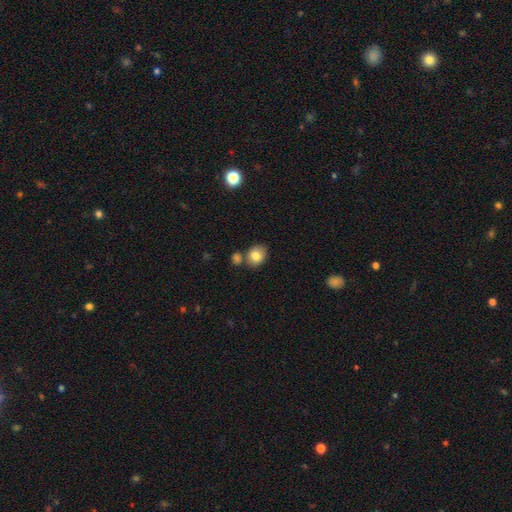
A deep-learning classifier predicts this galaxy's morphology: A smooth galaxy with no disk features (82%) that is round (59%).

Vote fractions:
- Smooth or featured? smooth: 82% / featured or disk: 9% / star or artifact: 9%
- How rounded? round: 59% / in between: 40% / cigar-shaped: 1%
- Merging? none: 65% / merger: 18% / minor disturbance: 13% / major disturbance: 3%